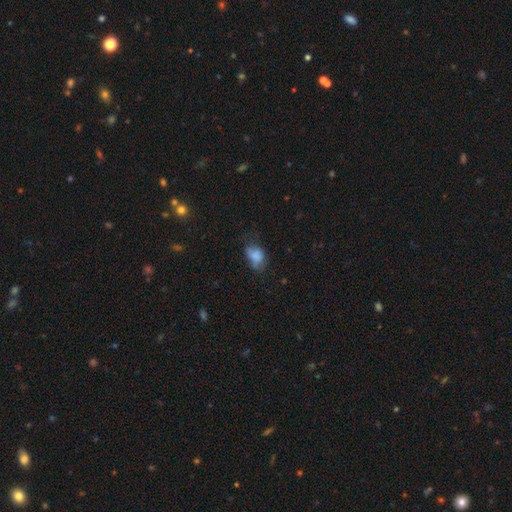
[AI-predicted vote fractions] Smooth or featured?
  - smooth: 73% *
  - featured or disk: 16%
  - star or artifact: 11%
How rounded?
  - in between: 76% *
  - round: 22%
  - cigar-shaped: 2%
Merging?
  - none: 37% *
  - minor disturbance: 34%
  - major disturbance: 25%
  - merger: 4%